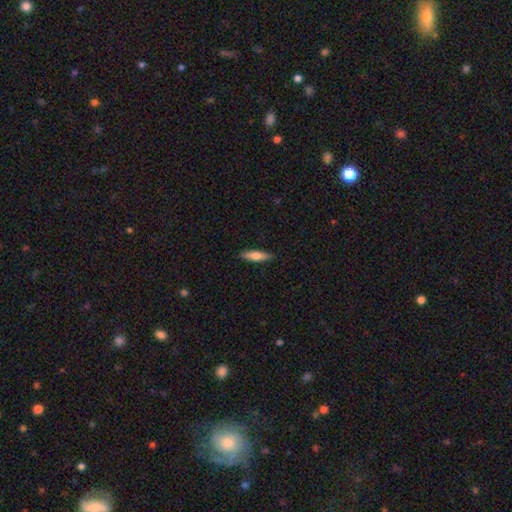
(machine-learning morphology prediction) type=smooth (73%); roundness=cigar-shaped (68%); merging=none (89%).